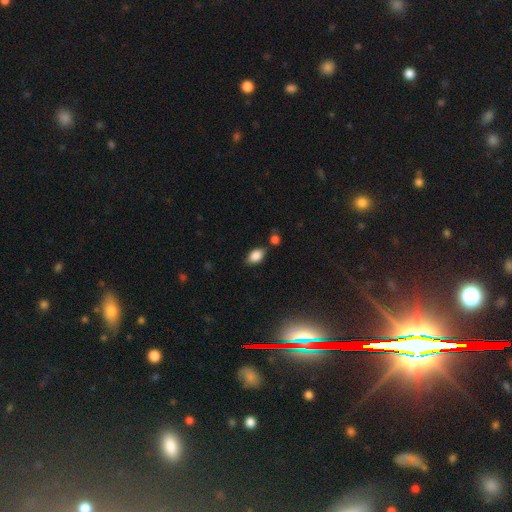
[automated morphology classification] Smooth or featured?
  - smooth: 85% *
  - star or artifact: 8%
  - featured or disk: 7%
How rounded?
  - in between: 89% *
  - round: 9%
  - cigar-shaped: 2%
Merging?
  - none: 75% *
  - minor disturbance: 15%
  - merger: 7%
  - major disturbance: 3%